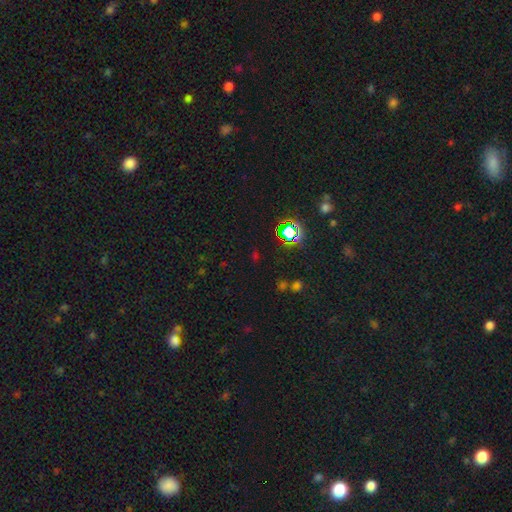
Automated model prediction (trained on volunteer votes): Morphology: type=star or artifact (67%).